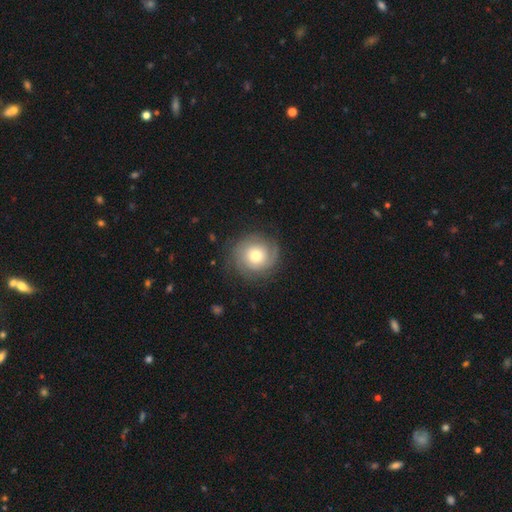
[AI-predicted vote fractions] Q: Smooth or featured?
A: featured or disk (61%); runner-up: smooth (32%)
Q: Edge-on disk?
A: no (98%); runner-up: yes (2%)
Q: Bar?
A: no (81%); runner-up: weak (16%)
Q: Spiral arms?
A: yes (88%); runner-up: no (12%)
Q: Spiral winding?
A: tight (66%); runner-up: medium (25%)
Q: Spiral arm count?
A: 2 (41%); runner-up: can't tell (29%)
Q: Bulge size?
A: moderate (65%); runner-up: small (16%)
Q: Merging?
A: none (80%); runner-up: minor disturbance (12%)